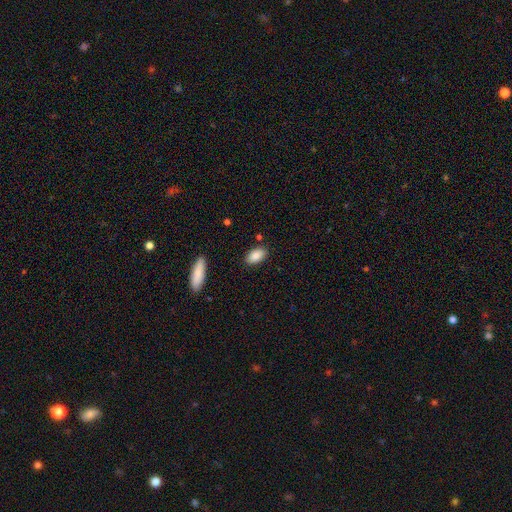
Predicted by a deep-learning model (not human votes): Smooth or featured? smooth (88%)
How rounded? in between (92%)
Merging? none (85%)